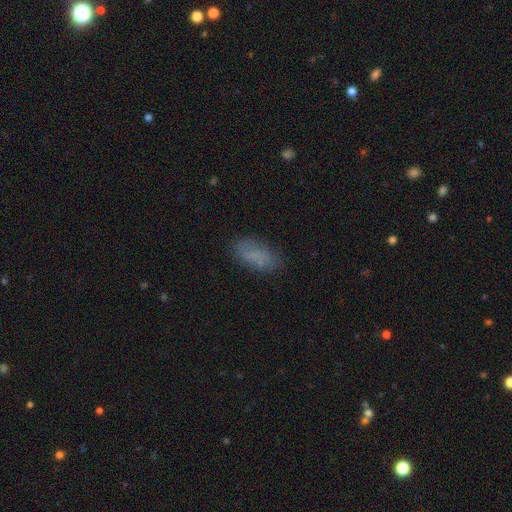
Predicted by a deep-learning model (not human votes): smooth 69%, featured or disk 20%, star or artifact 10%. Down the decision tree: how rounded — in between (88%); merging — none (72%).